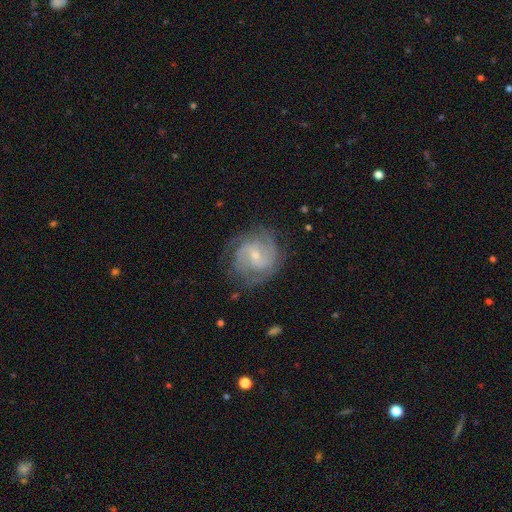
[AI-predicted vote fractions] featured or disk 83%, smooth 11%, star or artifact 6%. Down the decision tree: edge-on disk — no (98%); bar — weak (50%); spiral arms — yes (95%); spiral arm count — 2 (38%); spiral winding — tight (51%); bulge size — small (68%); merging — none (73%).